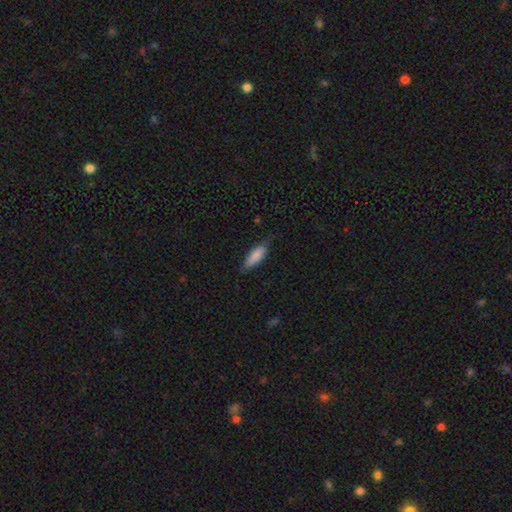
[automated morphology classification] Smooth or featured?
  - smooth: 83% *
  - featured or disk: 11%
  - star or artifact: 6%
How rounded?
  - in between: 59% *
  - cigar-shaped: 40%
  - round: 2%
Merging?
  - none: 70% *
  - minor disturbance: 24%
  - major disturbance: 4%
  - merger: 1%